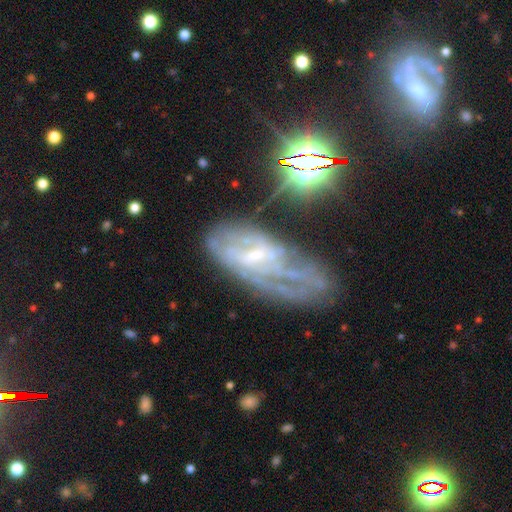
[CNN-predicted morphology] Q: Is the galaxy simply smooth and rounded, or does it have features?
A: featured or disk — 70%.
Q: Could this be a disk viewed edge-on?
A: no — 91%.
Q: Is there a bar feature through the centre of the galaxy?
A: weak — 44%.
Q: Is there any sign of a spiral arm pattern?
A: yes — 73%.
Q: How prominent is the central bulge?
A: small — 62%.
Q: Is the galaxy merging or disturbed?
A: none — 39%.